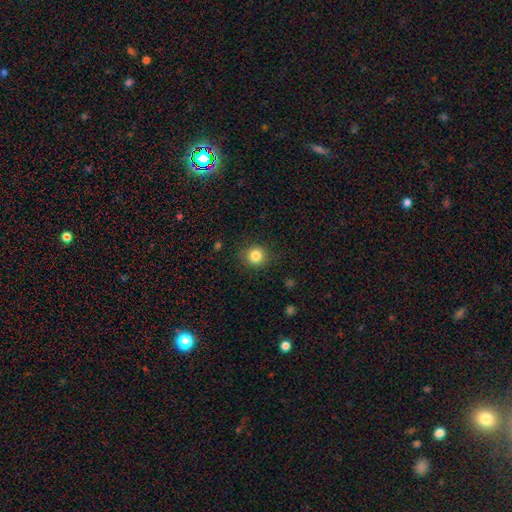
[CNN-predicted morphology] A smooth galaxy with no disk features (84%) that is round (90%).

Vote fractions:
- Smooth or featured? smooth: 84% / star or artifact: 11% / featured or disk: 5%
- How rounded? round: 90% / in between: 9% / cigar-shaped: 1%
- Merging? none: 88% / minor disturbance: 9% / major disturbance: 3% / merger: 1%